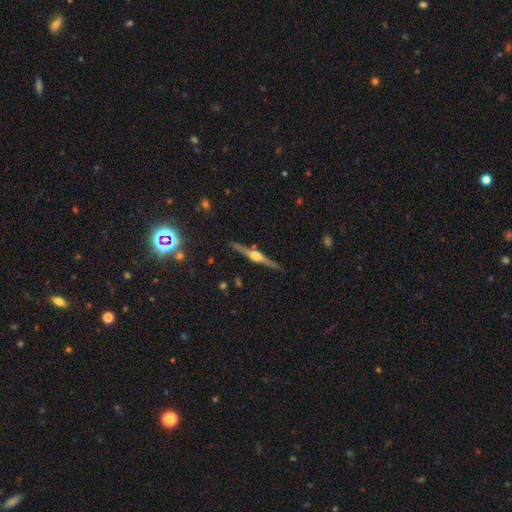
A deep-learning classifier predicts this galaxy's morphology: smooth_or_featured: featured or disk (p=0.81) [alt: smooth p=0.12]
disk_edge_on: yes (p=0.98) [alt: no p=0.02]
edge_on_bulge: rounded (p=0.93) [alt: boxy p=0.05]
merging: none (p=0.89) [alt: minor disturbance p=0.07]